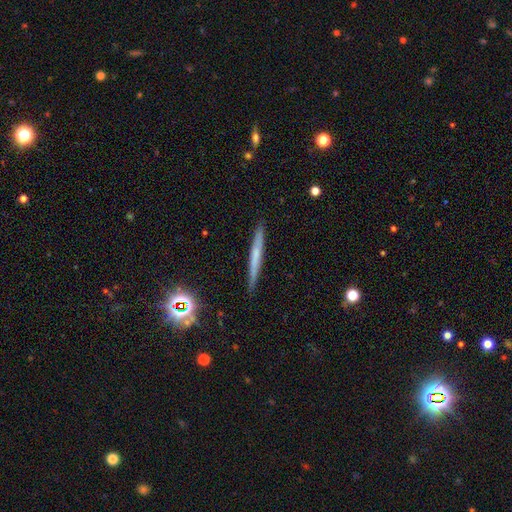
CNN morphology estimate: Smooth or featured? Predicted: featured or disk (p=0.47). Merging? Predicted: none (p=0.89).